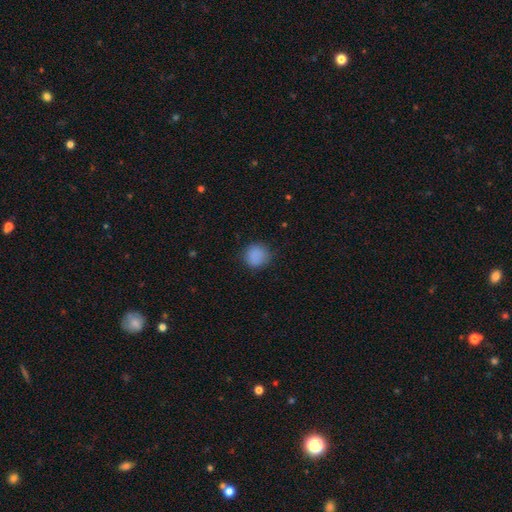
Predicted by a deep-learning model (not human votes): This appears to be a smooth galaxy with no disk features (87%) that is round (89%). Merging: none (84%).